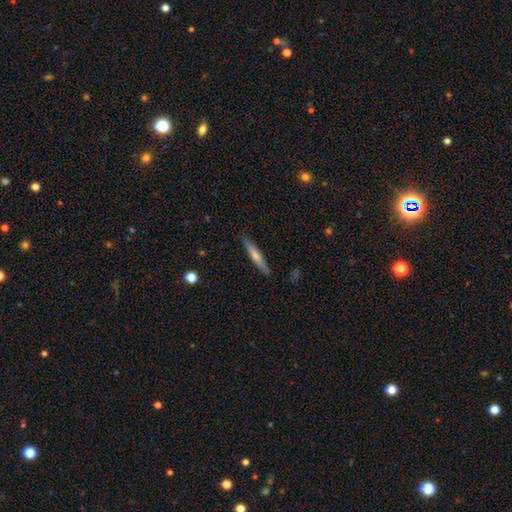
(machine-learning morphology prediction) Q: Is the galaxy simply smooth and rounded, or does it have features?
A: smooth — 60%.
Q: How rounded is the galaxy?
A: cigar-shaped — 92%.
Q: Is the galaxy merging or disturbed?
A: none — 87%.